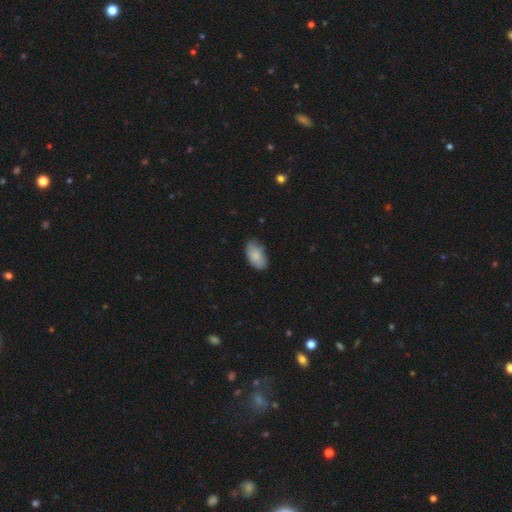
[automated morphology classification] Q: Smooth or featured?
A: smooth (82%); runner-up: featured or disk (12%)
Q: How rounded?
A: in between (94%); runner-up: round (4%)
Q: Merging?
A: none (69%); runner-up: minor disturbance (26%)